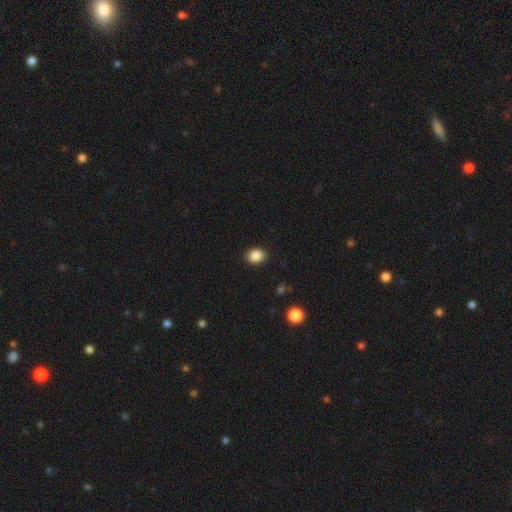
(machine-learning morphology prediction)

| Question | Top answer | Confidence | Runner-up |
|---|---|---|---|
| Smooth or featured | smooth | 87% | star or artifact (10%) |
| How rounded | round | 64% | in between (35%) |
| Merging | none | 91% | minor disturbance (6%) |